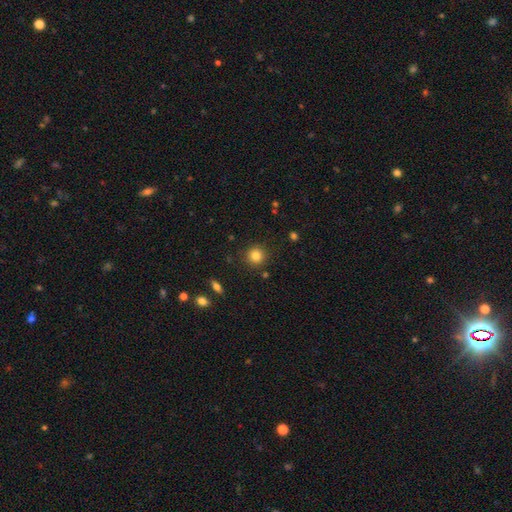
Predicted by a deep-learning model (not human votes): Smooth or featured? Predicted: smooth (p=0.83). How rounded? Predicted: round (p=0.93). Merging? Predicted: none (p=0.88).